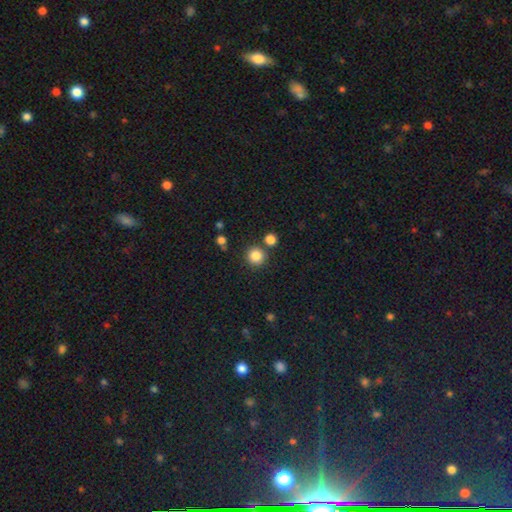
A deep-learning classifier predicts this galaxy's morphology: smooth 85%, star or artifact 11%, featured or disk 4%. Down the decision tree: how rounded — round (93%); merging — none (81%).